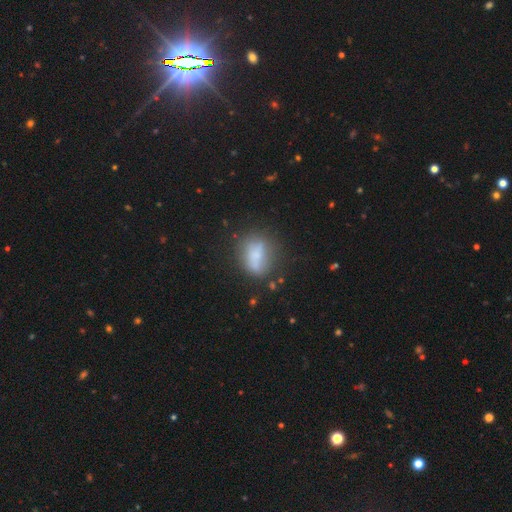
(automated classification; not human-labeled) The model was most divided on "smooth or featured": smooth: 59%, featured or disk: 31%, star or artifact: 10%. More confident: how rounded — in between (64%); merging — none (53%).